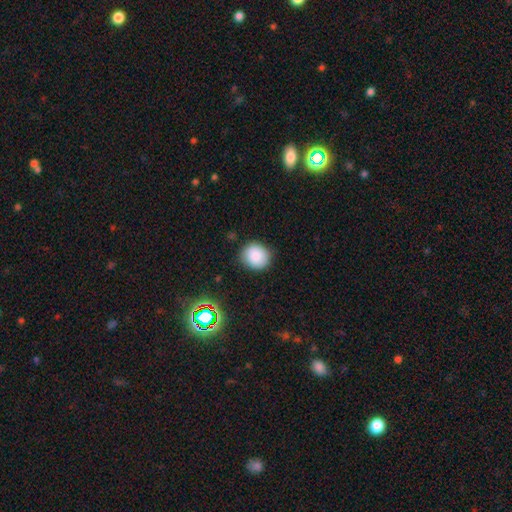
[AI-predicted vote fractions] A smooth galaxy with no disk features (85%) that is round (84%).

Vote fractions:
- Smooth or featured? smooth: 85% / star or artifact: 10% / featured or disk: 5%
- How rounded? round: 84% / in between: 15% / cigar-shaped: 1%
- Merging? none: 86% / minor disturbance: 11% / major disturbance: 3% / merger: 1%